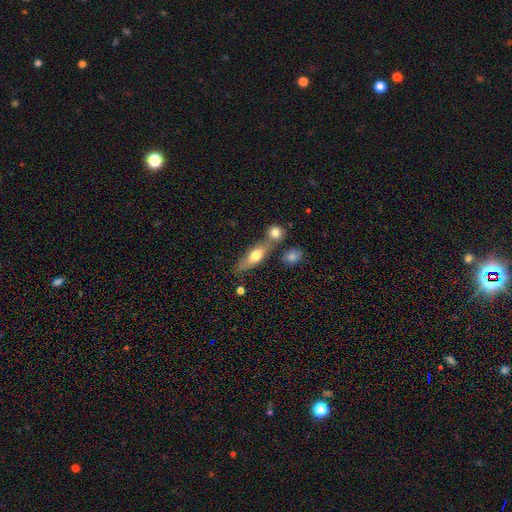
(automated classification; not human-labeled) Smooth or featured?
  - smooth: 64% *
  - featured or disk: 29%
  - star or artifact: 7%
How rounded?
  - in between: 58% *
  - cigar-shaped: 37%
  - round: 5%
Merging?
  - none: 49% *
  - merger: 33%
  - minor disturbance: 13%
  - major disturbance: 5%